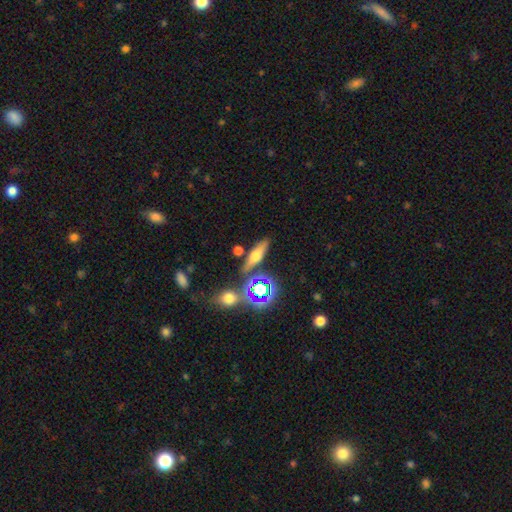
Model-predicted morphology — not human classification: A smooth galaxy with no disk features (46%).

Vote fractions:
- Smooth or featured? smooth: 46% / featured or disk: 34% / star or artifact: 20%
- Merging? none: 78% / minor disturbance: 11% / merger: 7% / major disturbance: 4%